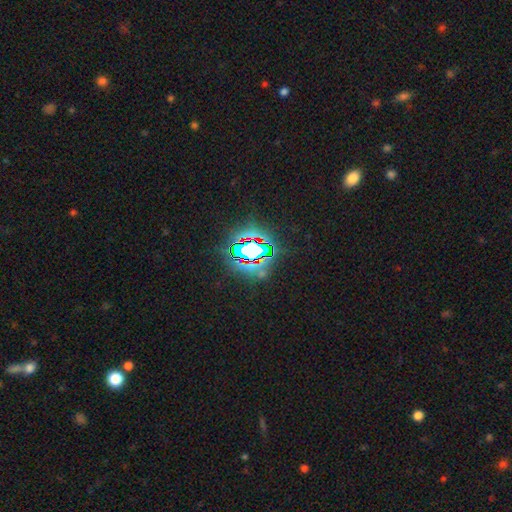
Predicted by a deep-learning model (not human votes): Smooth or featured: star or artifact — 80% (smooth — 11%)